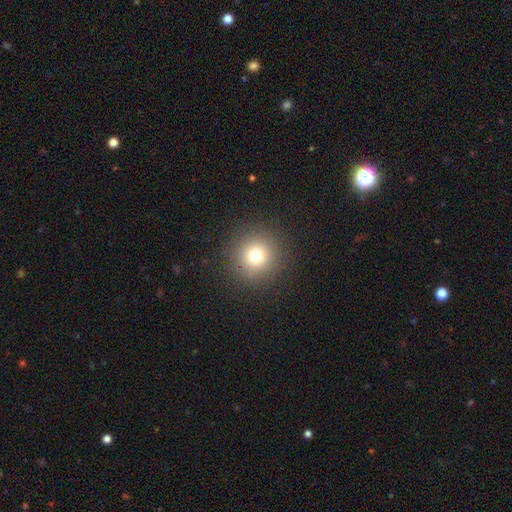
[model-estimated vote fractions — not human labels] Overall: smooth (76%). How rounded: round (95%). Merging: none (91%).